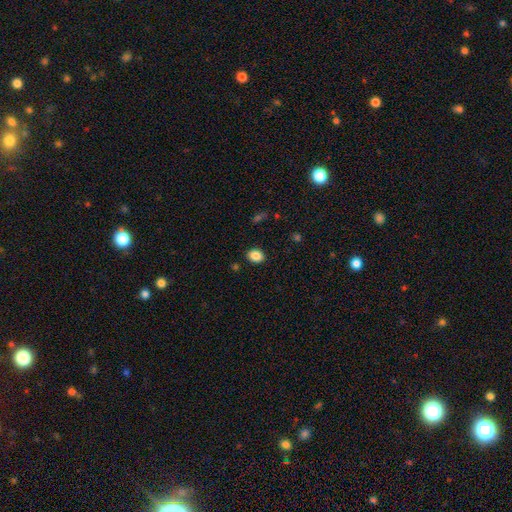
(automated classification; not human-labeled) smooth 87%, star or artifact 9%, featured or disk 4%. Down the decision tree: how rounded — in between (55%); merging — none (89%).